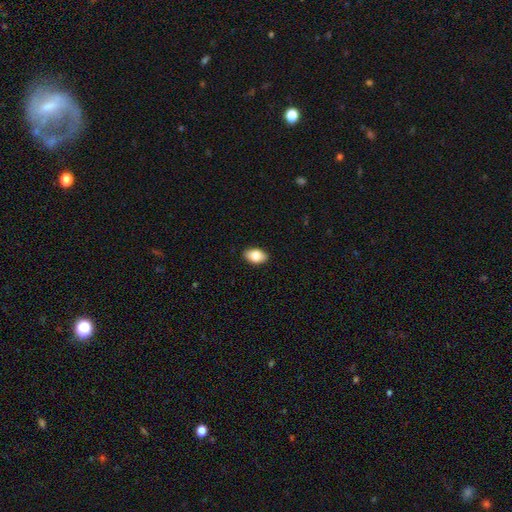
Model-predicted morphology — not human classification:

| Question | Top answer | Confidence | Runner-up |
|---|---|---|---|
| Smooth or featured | smooth | 82% | featured or disk (11%) |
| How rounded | in between | 90% | round (9%) |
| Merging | none | 88% | minor disturbance (9%) |